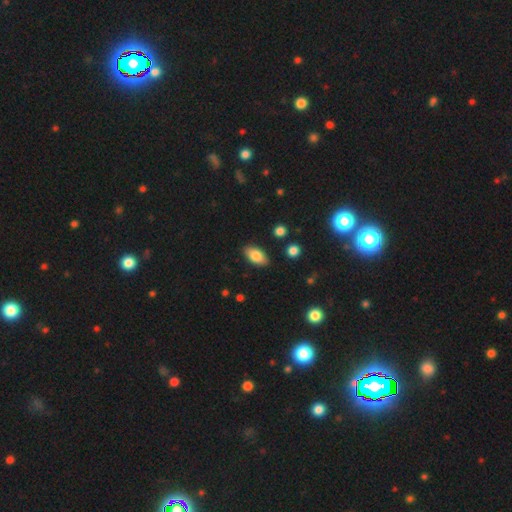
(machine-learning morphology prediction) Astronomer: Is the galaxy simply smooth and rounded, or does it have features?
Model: smooth — 82%.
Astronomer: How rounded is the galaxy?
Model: in between — 92%.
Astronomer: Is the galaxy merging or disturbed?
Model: none — 87%.